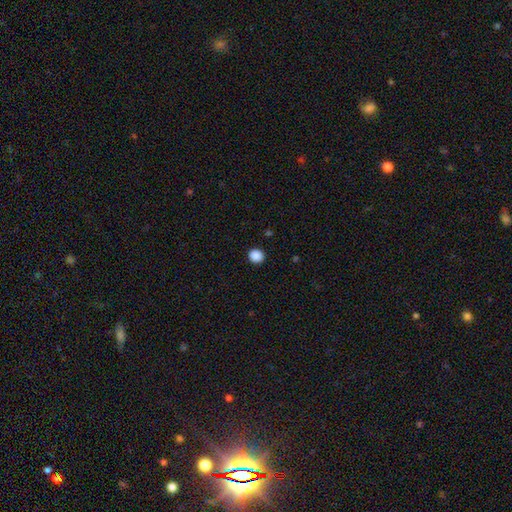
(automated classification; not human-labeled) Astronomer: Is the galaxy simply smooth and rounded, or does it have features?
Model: smooth — 89%.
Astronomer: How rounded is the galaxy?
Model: round — 82%.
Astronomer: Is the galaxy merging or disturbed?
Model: none — 92%.